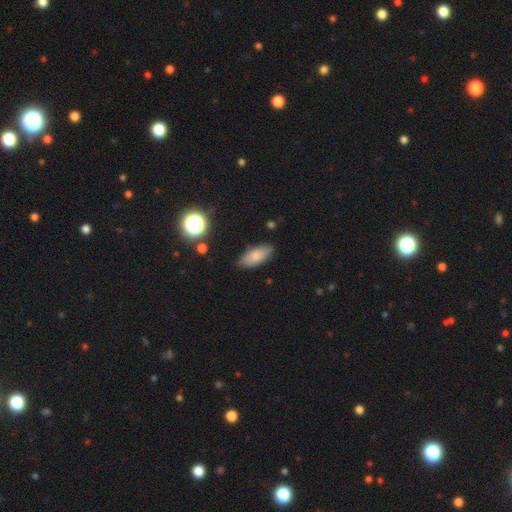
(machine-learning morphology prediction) Smooth or featured? Predicted: smooth (p=0.78). How rounded? Predicted: in between (p=0.84). Merging? Predicted: none (p=0.82).